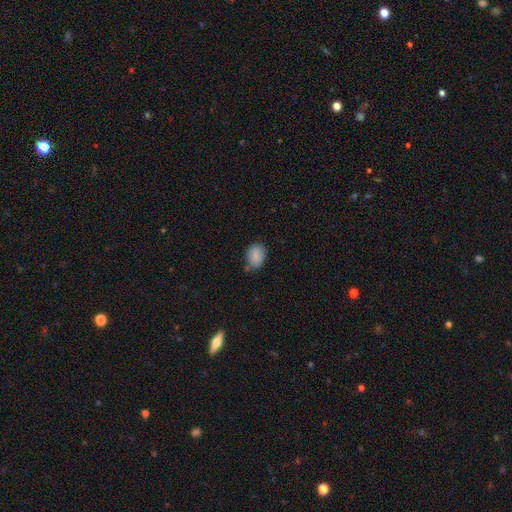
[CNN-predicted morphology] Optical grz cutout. It shows a smooth galaxy with no disk features (85%) that is in between round and cigar-shaped (70%). Merging: none (69%).